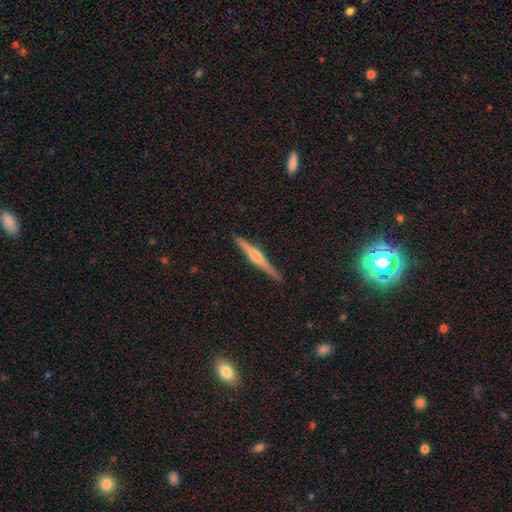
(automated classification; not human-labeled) Overall: featured or disk (71%). Edge-on disk: yes (98%). Edge-on bulge: rounded (77%). Merging: none (91%).